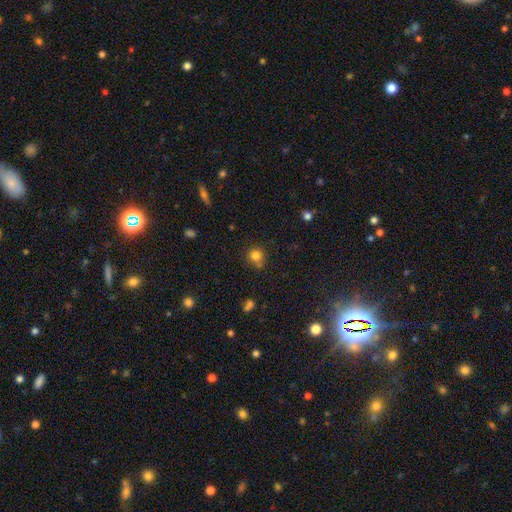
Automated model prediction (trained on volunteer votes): The model was most divided on "merging": none: 71%, minor disturbance: 14%, merger: 11%, major disturbance: 4%. More confident: how rounded — round (90%); smooth or featured — smooth (80%).